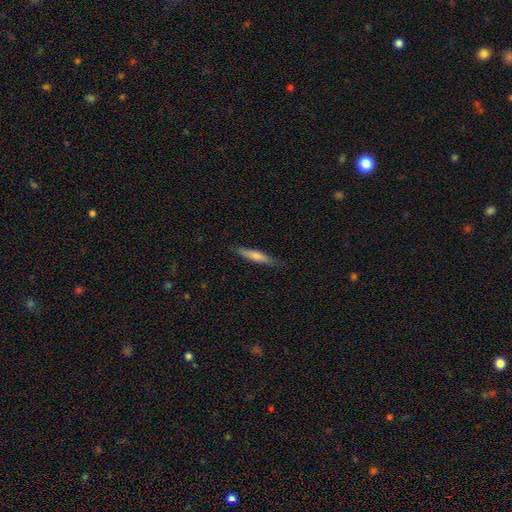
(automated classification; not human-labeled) smooth_or_featured: featured or disk (p=0.52) [alt: smooth p=0.41]
disk_edge_on: yes (p=0.96) [alt: no p=0.04]
merging: none (p=0.88) [alt: minor disturbance p=0.09]